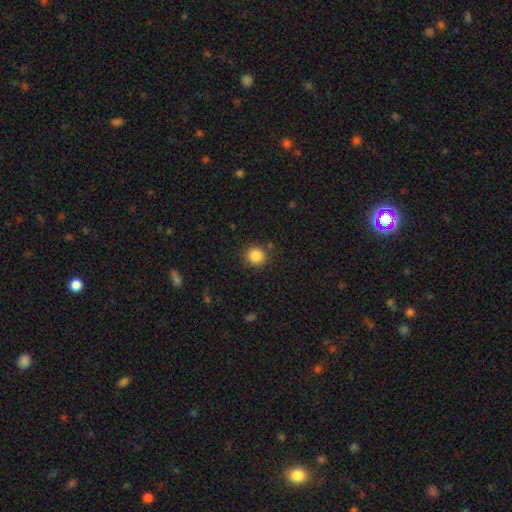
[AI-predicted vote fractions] Smooth or featured: smooth — 86% (star or artifact — 11%)
How rounded: round — 90% (in between — 10%)
Merging: none — 87% (minor disturbance — 8%)